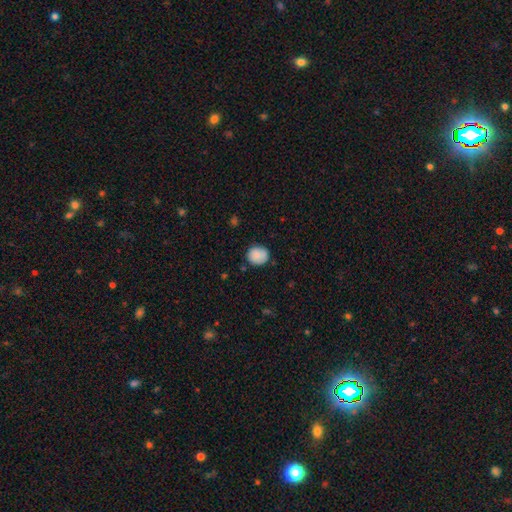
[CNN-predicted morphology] type=smooth (86%); roundness=round (83%); merging=none (76%).